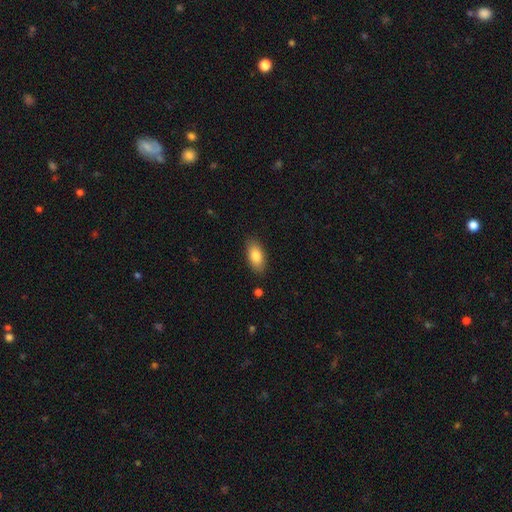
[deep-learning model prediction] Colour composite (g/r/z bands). It shows a smooth galaxy with no disk features (83%) that is in between round and cigar-shaped (90%). Merging: none (86%).